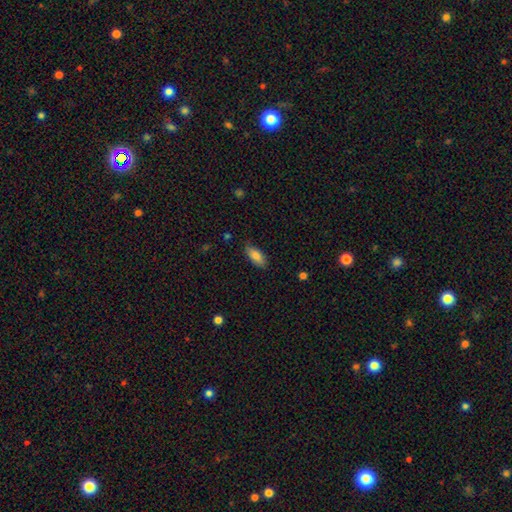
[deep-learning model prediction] A smooth galaxy with no disk features (82%) that is in between round and cigar-shaped (87%).

Vote fractions:
- Smooth or featured? smooth: 82% / featured or disk: 12% / star or artifact: 7%
- How rounded? in between: 87% / cigar-shaped: 11% / round: 2%
- Merging? none: 82% / minor disturbance: 15% / major disturbance: 2% / merger: 1%